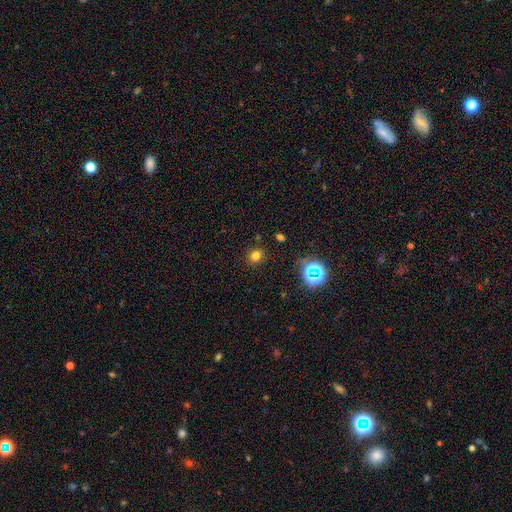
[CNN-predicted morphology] Q: Smooth or featured?
A: smooth (73%); runner-up: star or artifact (20%)
Q: How rounded?
A: round (82%); runner-up: in between (17%)
Q: Merging?
A: none (88%); runner-up: minor disturbance (7%)